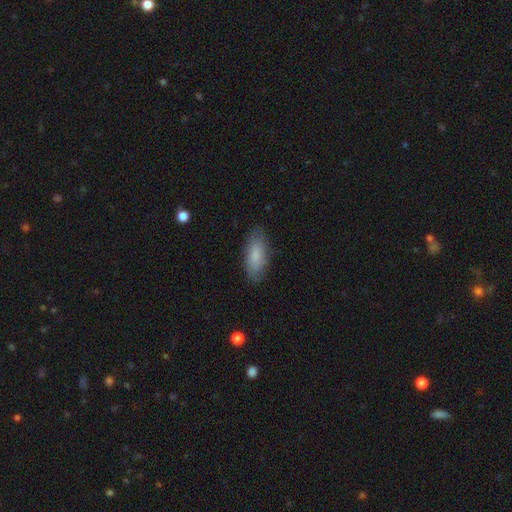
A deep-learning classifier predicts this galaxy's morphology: Q: Smooth or featured?
A: smooth (80%); runner-up: featured or disk (14%)
Q: How rounded?
A: in between (81%); runner-up: cigar-shaped (17%)
Q: Merging?
A: none (83%); runner-up: minor disturbance (13%)